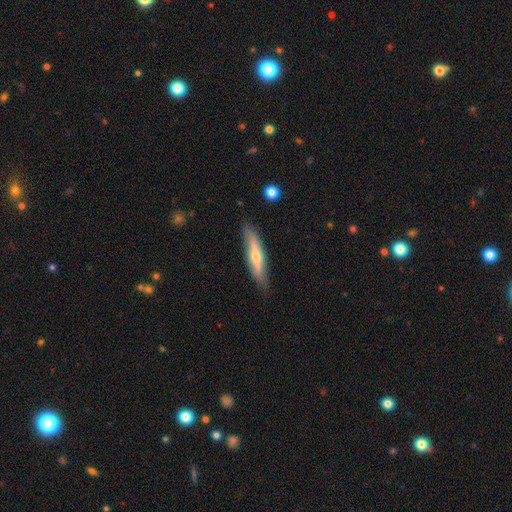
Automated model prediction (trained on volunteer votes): Smooth or featured? Predicted: featured or disk (p=0.50). Merging? Predicted: none (p=0.82).